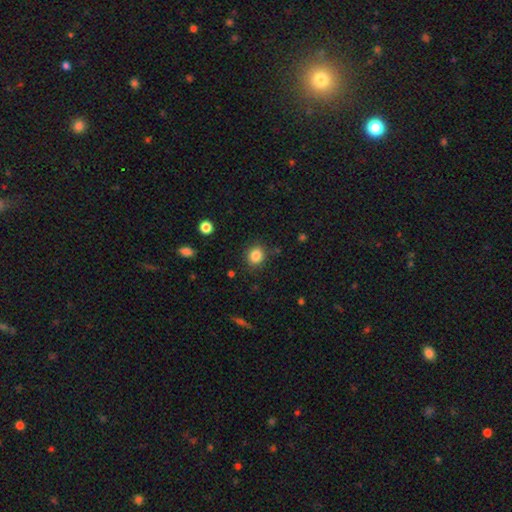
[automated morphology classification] A smooth galaxy with no disk features (85%) that is round (72%). Merging: none (86%).